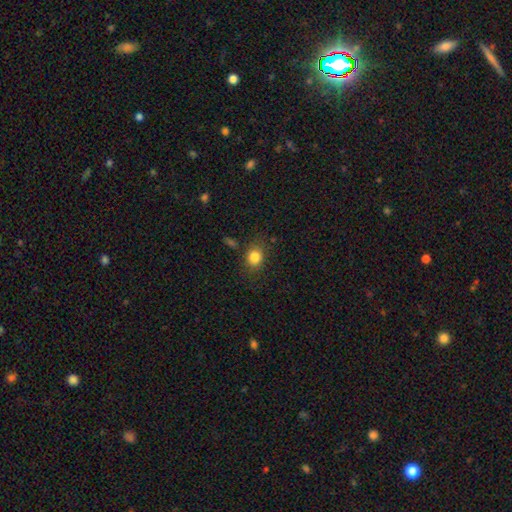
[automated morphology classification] A smooth galaxy with no disk features (83%) that is round (61%). Merging: none (77%).